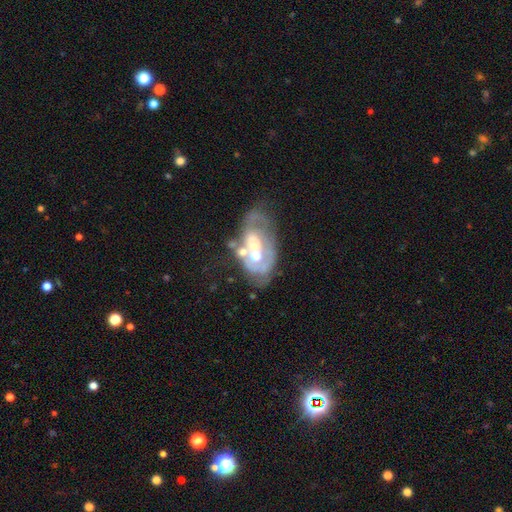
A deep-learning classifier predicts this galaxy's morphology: Smooth or featured? Predicted: featured or disk (p=0.68). Edge-on disk? Predicted: no (p=0.96). Bar? Predicted: no (p=0.85). Spiral arms? Predicted: no (p=0.67). Bulge size? Predicted: moderate (p=0.58). Merging? Predicted: merger (p=0.32).